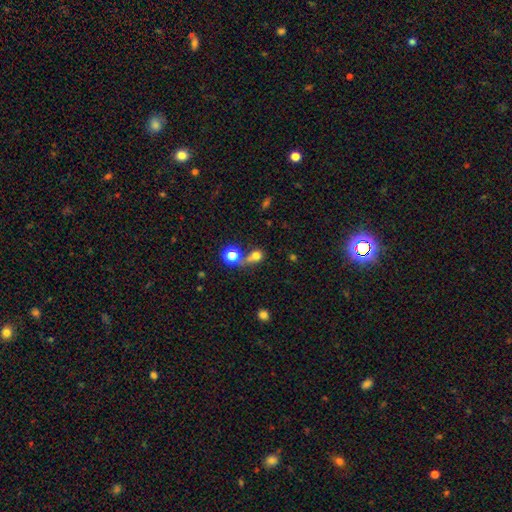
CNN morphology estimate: A smooth galaxy with no disk features (72%) that is round (75%). Merging: merger (43%).